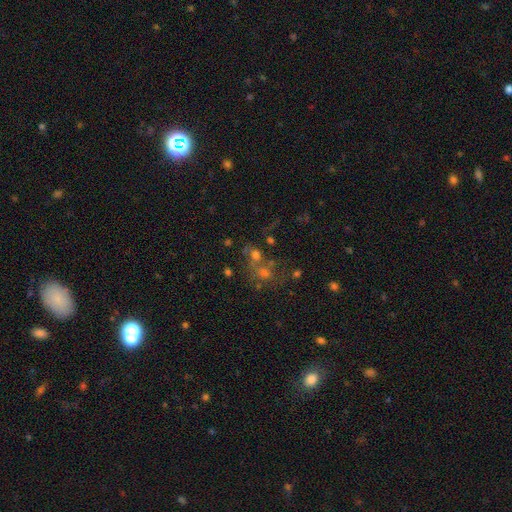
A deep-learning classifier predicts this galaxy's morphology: smooth_or_featured: smooth (p=0.44) [alt: star or artifact p=0.34]
merging: none (p=0.42) [alt: merger p=0.39]